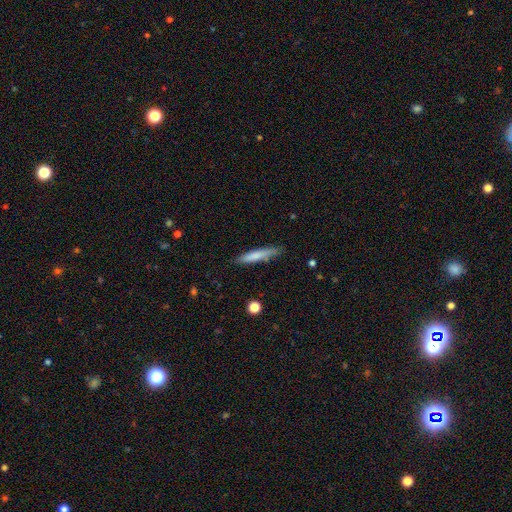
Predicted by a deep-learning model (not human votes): This is likely a smooth galaxy (74%). How rounded: clearly cigar-shaped (91%). Merging: likely none (80%).